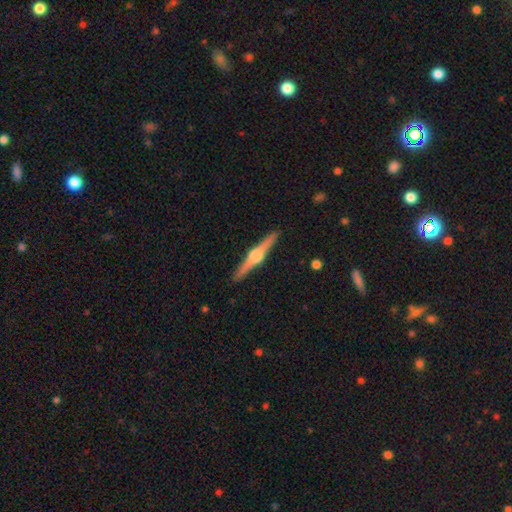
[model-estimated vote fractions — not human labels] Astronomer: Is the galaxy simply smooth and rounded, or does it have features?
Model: featured or disk — 84%.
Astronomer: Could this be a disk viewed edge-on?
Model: yes — 98%.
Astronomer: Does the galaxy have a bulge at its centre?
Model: rounded — 93%.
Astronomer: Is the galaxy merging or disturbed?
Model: none — 92%.